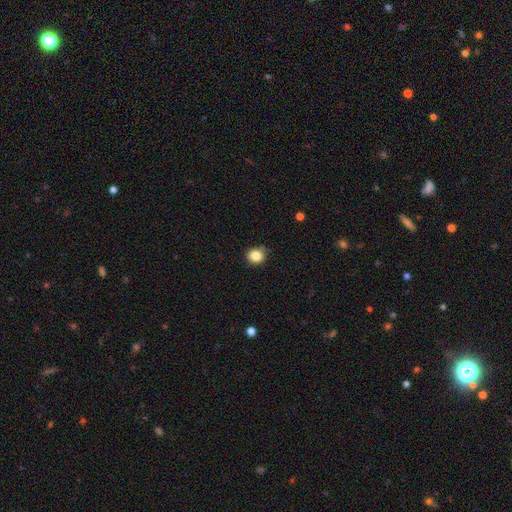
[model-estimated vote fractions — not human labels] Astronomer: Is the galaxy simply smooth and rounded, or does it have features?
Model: smooth — 84%.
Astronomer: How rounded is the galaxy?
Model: round — 78%.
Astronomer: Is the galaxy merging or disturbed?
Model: none — 78%.